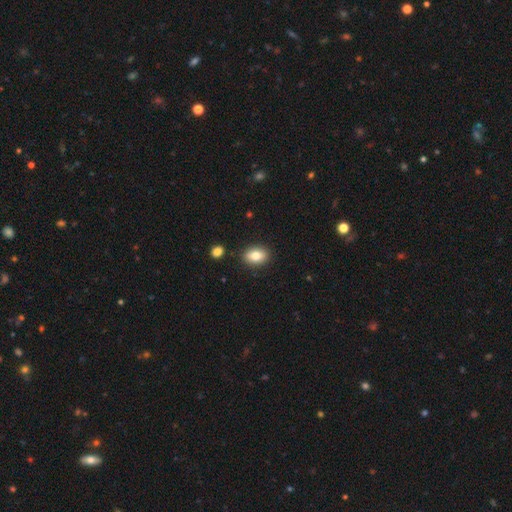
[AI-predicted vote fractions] A smooth galaxy with no disk features (81%) that is in between round and cigar-shaped (80%). Merging: none (88%).